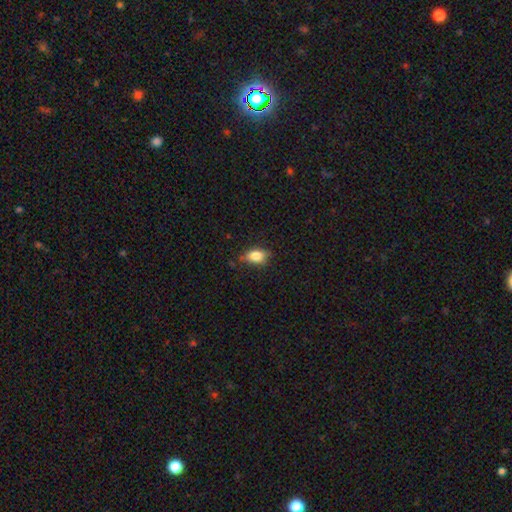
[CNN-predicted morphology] smooth_or_featured: smooth (p=0.80) [alt: featured or disk p=0.11]
how_rounded: in between (p=0.84) [alt: round p=0.11]
merging: none (p=0.71) [alt: minor disturbance p=0.22]